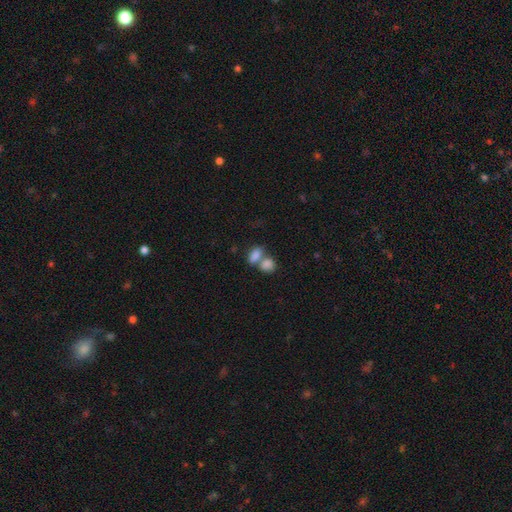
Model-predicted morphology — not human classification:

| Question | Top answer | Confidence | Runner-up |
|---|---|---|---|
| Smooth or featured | smooth | 83% | featured or disk (9%) |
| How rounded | in between | 85% | round (12%) |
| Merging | merger | 60% | none (28%) |